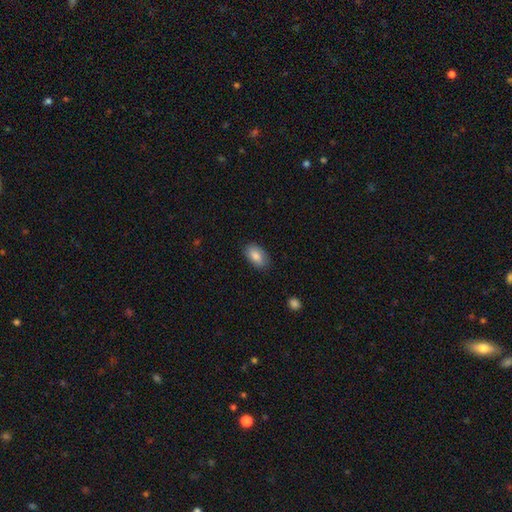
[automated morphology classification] This appears to be a smooth galaxy with no disk features (85%) that is in between round and cigar-shaped (93%). Merging: none (84%).